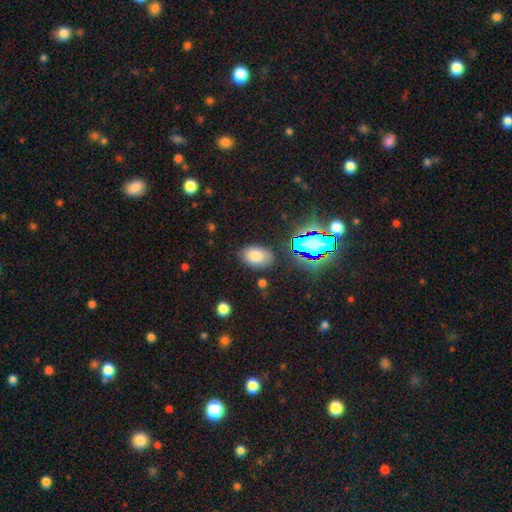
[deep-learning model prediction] Overall: smooth (77%). How rounded: in between (86%). Merging: none (81%).